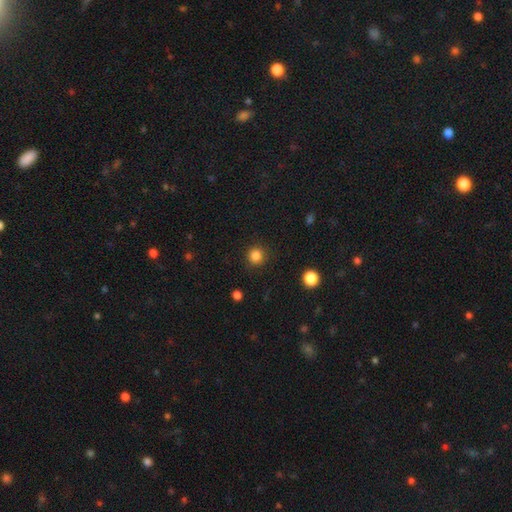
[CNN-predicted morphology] smooth 84%, star or artifact 12%, featured or disk 3%. Down the decision tree: how rounded — round (94%); merging — none (90%).